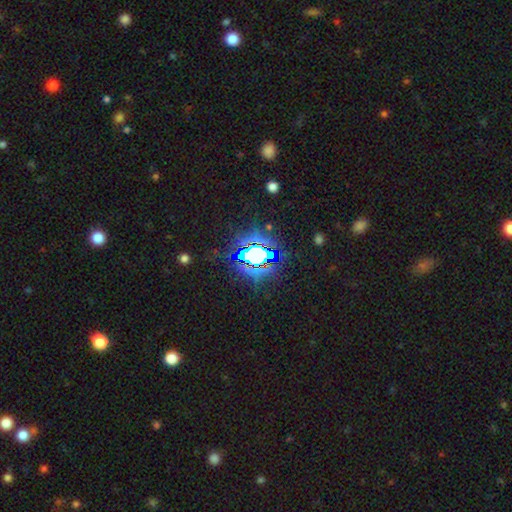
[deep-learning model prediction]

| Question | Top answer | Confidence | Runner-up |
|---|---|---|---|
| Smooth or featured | star or artifact | 71% | smooth (18%) |